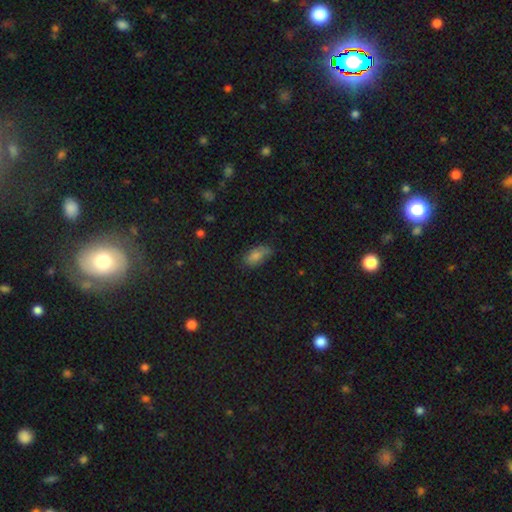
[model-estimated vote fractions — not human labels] A smooth galaxy with no disk features (75%) that is in between round and cigar-shaped (89%). Merging: none (61%).